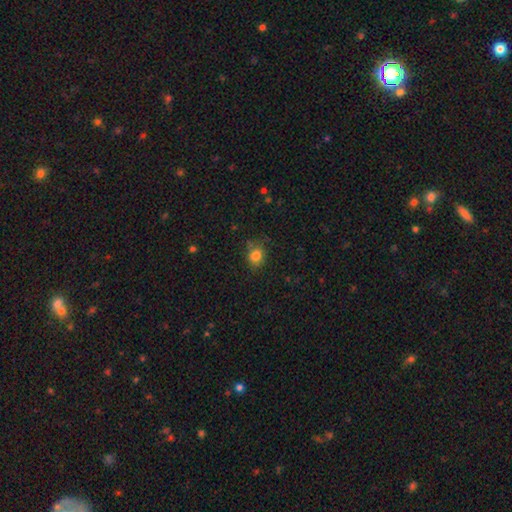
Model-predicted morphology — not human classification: A smooth galaxy with no disk features (82%) that is round (54%). Merging: none (72%).